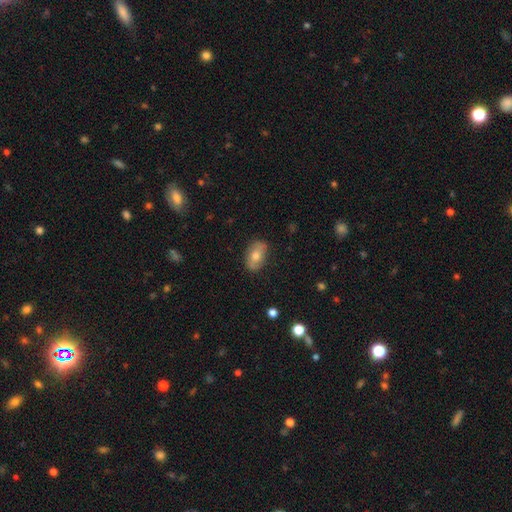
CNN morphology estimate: Smooth or featured? Predicted: smooth (p=0.64). How rounded? Predicted: in between (p=0.88). Merging? Predicted: none (p=0.84).